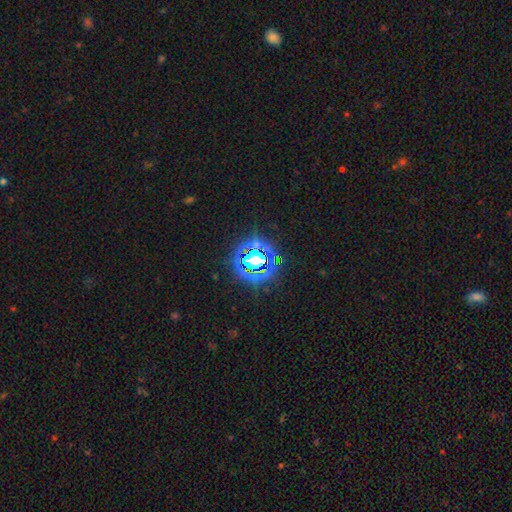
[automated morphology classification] A star or artifact, not a galaxy (81%).